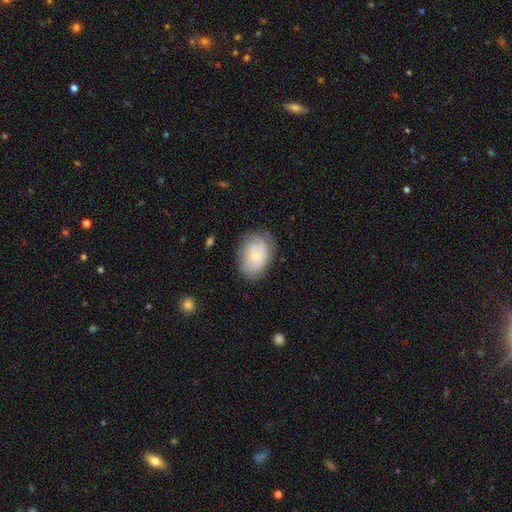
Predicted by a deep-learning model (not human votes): smooth-or-featured: smooth: 49% | featured or disk: 44% | star or artifact: 7%
  merging: none: 68% | minor disturbance: 23% | major disturbance: 8% | merger: 1%